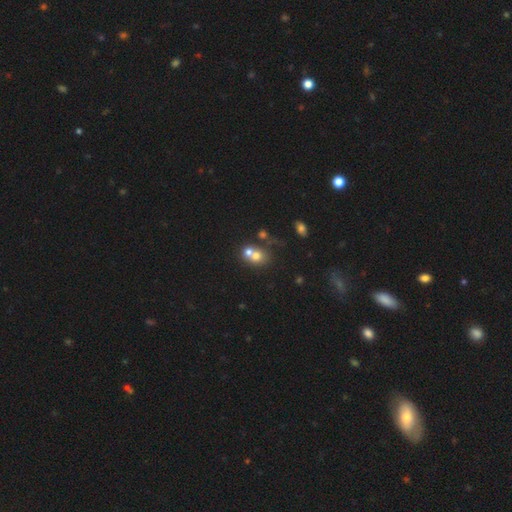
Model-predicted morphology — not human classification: Smooth or featured?
  - smooth: 65% *
  - featured or disk: 20%
  - star or artifact: 15%
How rounded?
  - round: 69% *
  - in between: 30%
  - cigar-shaped: 1%
Merging?
  - merger: 59% *
  - none: 31%
  - minor disturbance: 7%
  - major disturbance: 4%